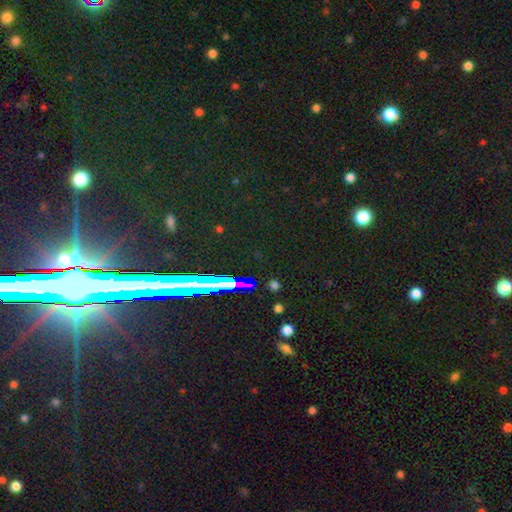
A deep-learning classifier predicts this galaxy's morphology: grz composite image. It shows a star or artifact, not a galaxy (72%).